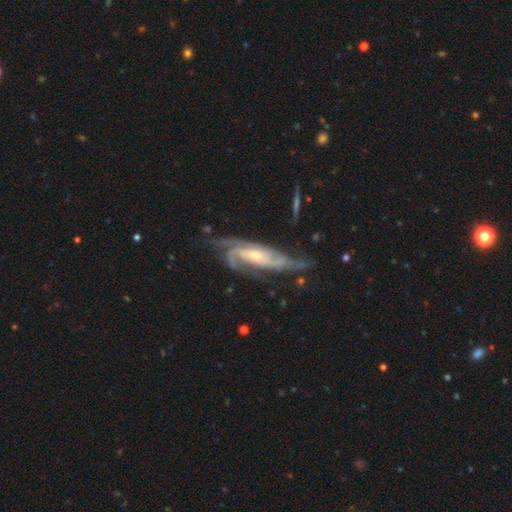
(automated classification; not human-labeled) Q: Smooth or featured?
A: featured or disk (89%); runner-up: smooth (6%)
Q: Edge-on disk?
A: no (90%); runner-up: yes (10%)
Q: Bar?
A: no (52%); runner-up: weak (34%)
Q: Spiral arms?
A: yes (97%); runner-up: no (3%)
Q: Spiral winding?
A: tight (48%); runner-up: medium (41%)
Q: Spiral arm count?
A: 3 (36%); runner-up: 2 (24%)
Q: Bulge size?
A: small (52%); runner-up: moderate (41%)
Q: Merging?
A: none (60%); runner-up: minor disturbance (23%)